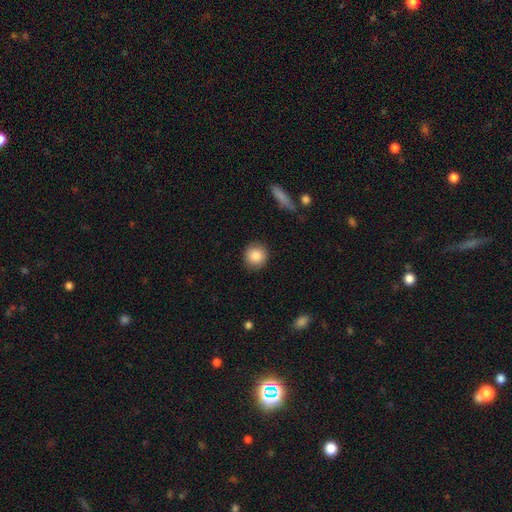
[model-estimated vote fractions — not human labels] Overall: smooth (86%). How rounded: round (93%). Merging: none (90%).